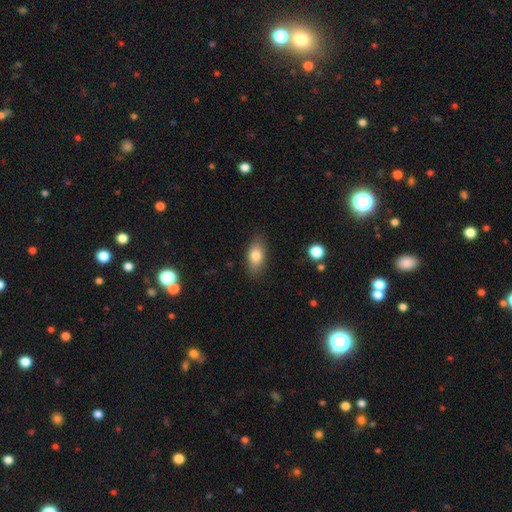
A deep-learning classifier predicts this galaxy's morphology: type=smooth (79%); roundness=in between (86%); merging=none (84%).